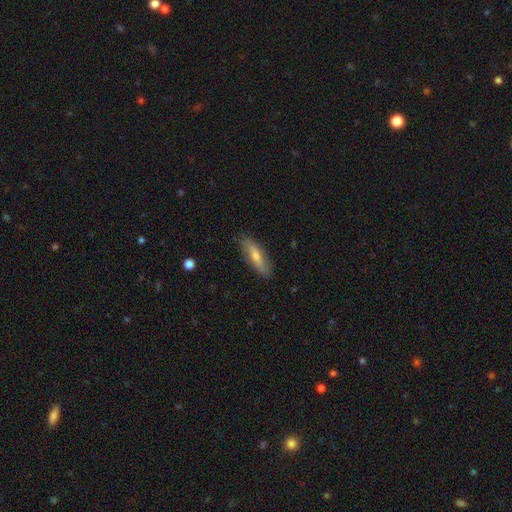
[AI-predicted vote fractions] A smooth galaxy with no disk features (56%) that is cigar-shaped (63%).

Vote fractions:
- Smooth or featured? smooth: 56% / featured or disk: 37% / star or artifact: 7%
- How rounded? cigar-shaped: 63% / in between: 35% / round: 2%
- Merging? none: 85% / minor disturbance: 12% / major disturbance: 2% / merger: 1%